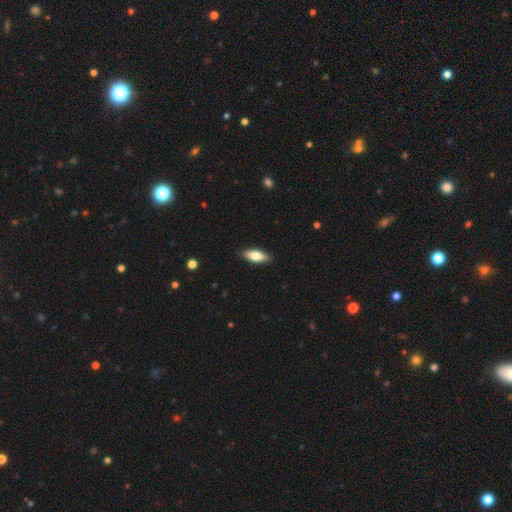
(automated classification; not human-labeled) Smooth or featured? smooth (75%)
How rounded? in between (76%)
Merging? none (89%)